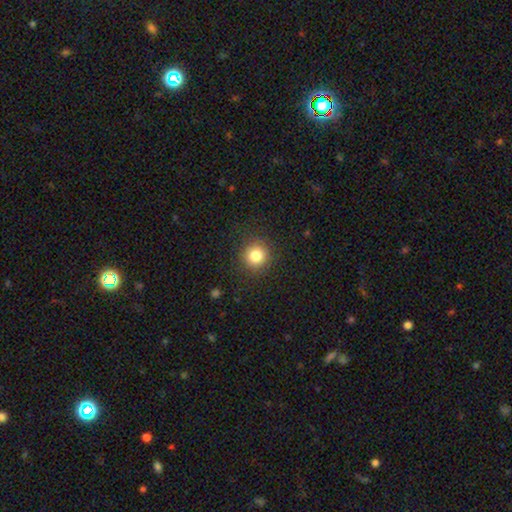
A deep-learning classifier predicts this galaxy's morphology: The model was most divided on "smooth or featured": smooth: 82%, star or artifact: 12%, featured or disk: 6%. More confident: how rounded — round (94%); merging — none (90%).